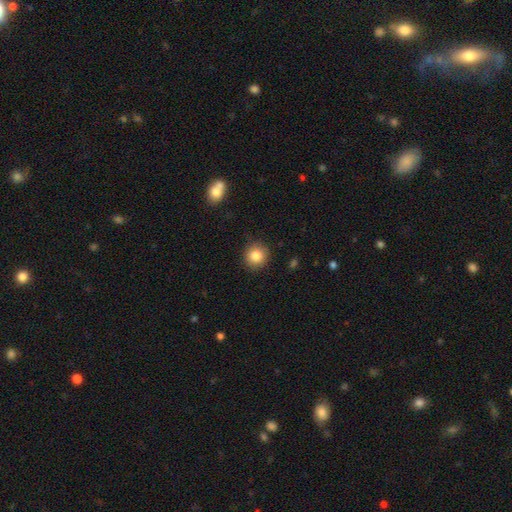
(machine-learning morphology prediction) Overall: smooth (85%). How rounded: round (90%). Merging: none (88%).